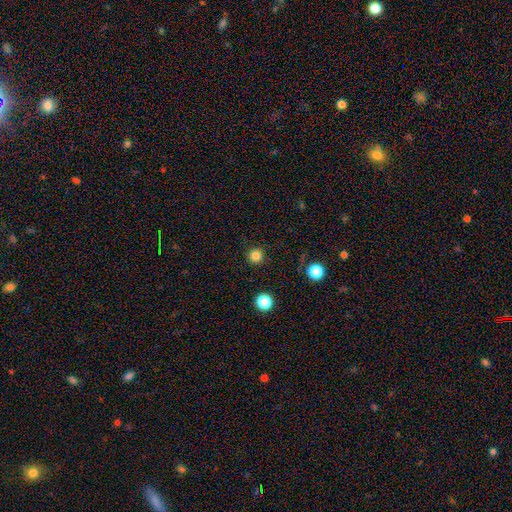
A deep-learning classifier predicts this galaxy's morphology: A smooth galaxy with no disk features (83%) that is round (96%). Merging: none (92%).